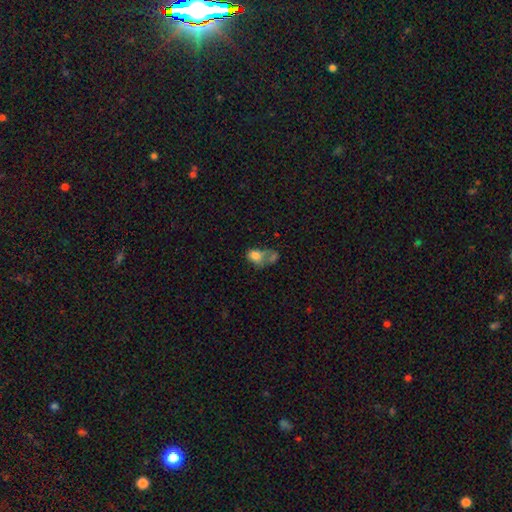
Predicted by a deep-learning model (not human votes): A smooth galaxy with no disk features (65%) that is in between round and cigar-shaped (73%).

Vote fractions:
- Smooth or featured? smooth: 65% / featured or disk: 22% / star or artifact: 12%
- How rounded? in between: 73% / round: 25% / cigar-shaped: 2%
- Merging? merger: 40% / major disturbance: 29% / none: 17% / minor disturbance: 14%